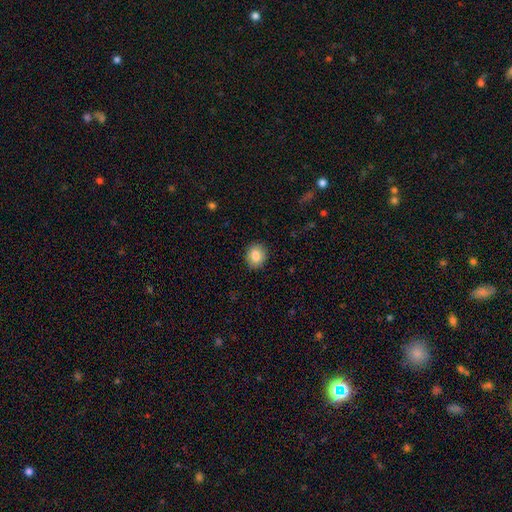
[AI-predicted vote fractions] smooth 84%, star or artifact 9%, featured or disk 7%. Down the decision tree: how rounded — round (73%); merging — none (90%).